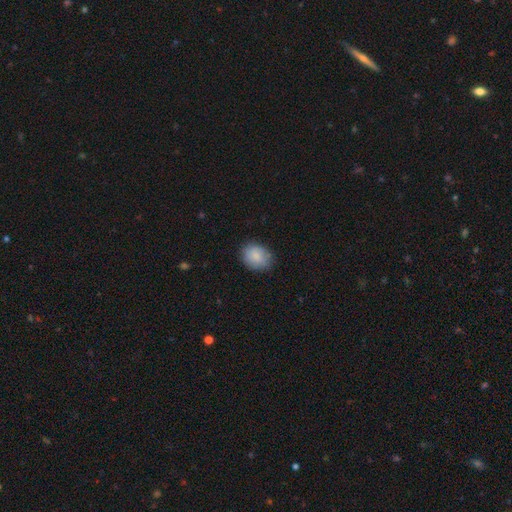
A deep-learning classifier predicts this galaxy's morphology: A smooth galaxy with no disk features (86%) that is in between round and cigar-shaped (56%).

Vote fractions:
- Smooth or featured? smooth: 86% / featured or disk: 7% / star or artifact: 7%
- How rounded? in between: 56% / round: 43% / cigar-shaped: 1%
- Merging? none: 81% / minor disturbance: 15% / major disturbance: 3% / merger: 1%